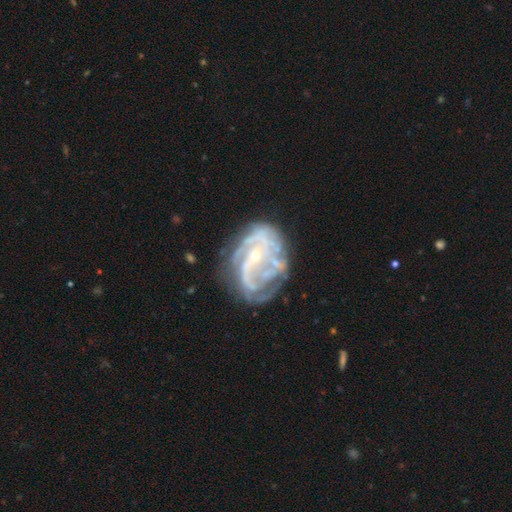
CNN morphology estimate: This is clearly a featured or disk galaxy (85%). It is clearly not viewed edge-on (98%). Bar: possibly no (58%). Spiral arm pattern: clearly yes (86%). Spiral arm count: marginally can't tell (35%). Spiral winding: marginally tight (43%). Central bulge: likely small (78%). Merging: possibly none (51%).